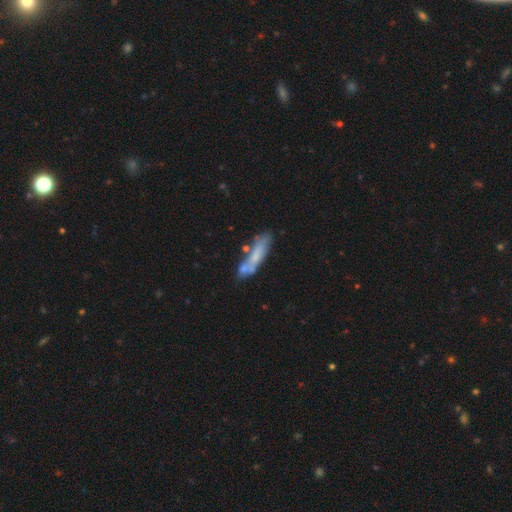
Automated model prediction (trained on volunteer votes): This is possibly a smooth galaxy (57%). How rounded: likely cigar-shaped (75%). Merging: possibly none (53%).